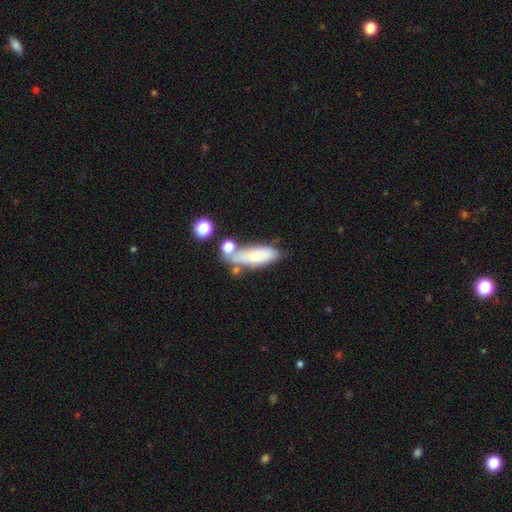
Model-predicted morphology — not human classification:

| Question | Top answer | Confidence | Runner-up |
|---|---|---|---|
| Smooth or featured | smooth | 67% | featured or disk (23%) |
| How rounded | in between | 56% | cigar-shaped (41%) |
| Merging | none | 47% | minor disturbance (22%) |